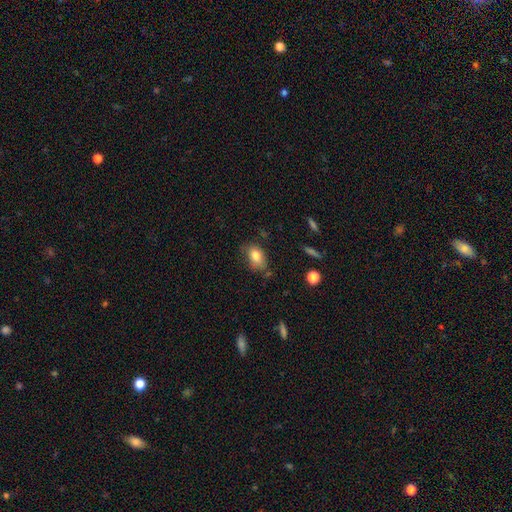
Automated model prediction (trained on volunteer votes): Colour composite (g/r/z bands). It shows a smooth galaxy with no disk features (80%) that is in between round and cigar-shaped (84%). Merging: none (61%).